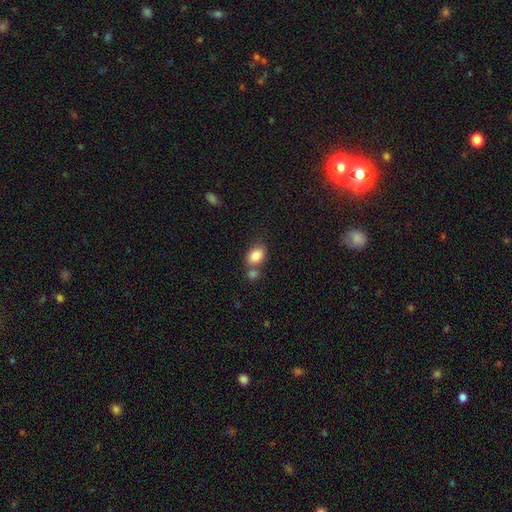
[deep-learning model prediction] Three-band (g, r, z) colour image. It shows a smooth galaxy with no disk features (84%) that is in between round and cigar-shaped (77%). Merging: none (51%).